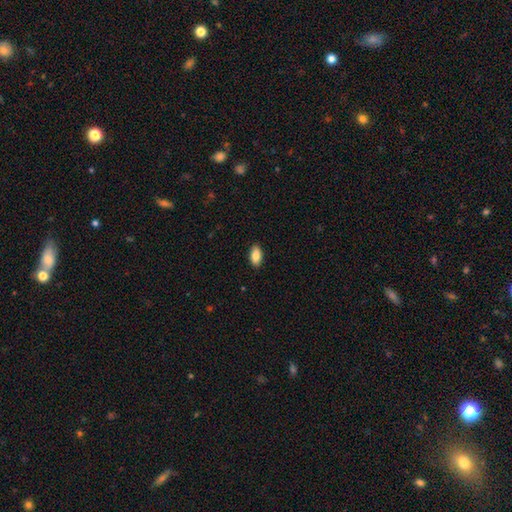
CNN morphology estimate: This is clearly a smooth galaxy (87%). How rounded: clearly in between (92%). Merging: clearly none (89%).